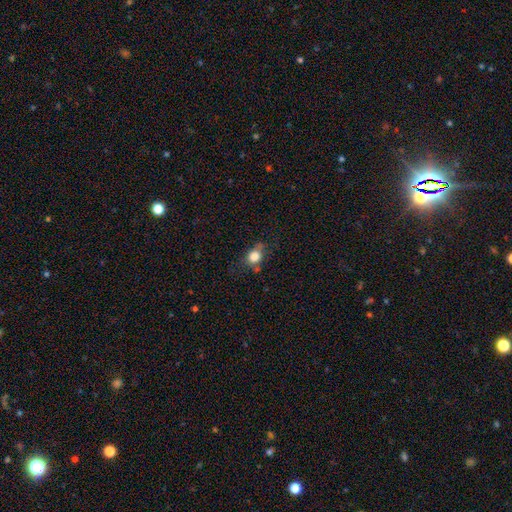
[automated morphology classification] smooth 81%, star or artifact 10%, featured or disk 9%. Down the decision tree: how rounded — round (56%); merging — none (58%).